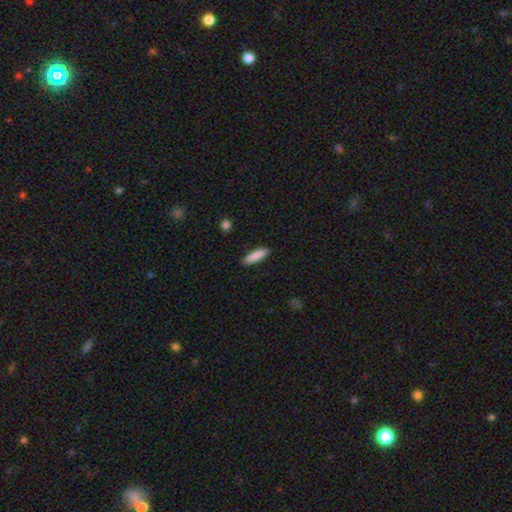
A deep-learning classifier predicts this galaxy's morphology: Q: Smooth or featured?
A: smooth (88%); runner-up: featured or disk (6%)
Q: How rounded?
A: cigar-shaped (59%); runner-up: in between (40%)
Q: Merging?
A: none (89%); runner-up: minor disturbance (8%)